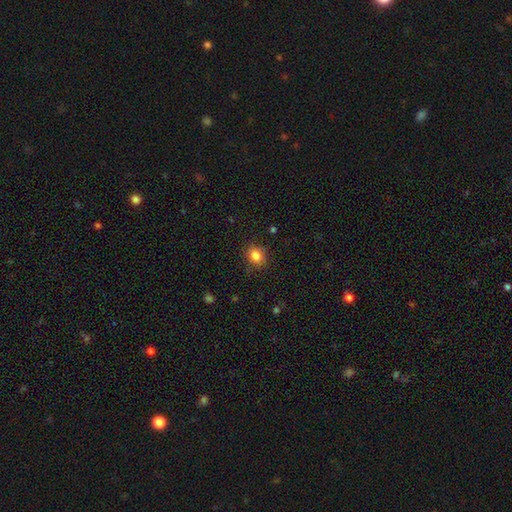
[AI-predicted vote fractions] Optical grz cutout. It shows a smooth galaxy with no disk features (84%) that is round (59%). Merging: none (83%).